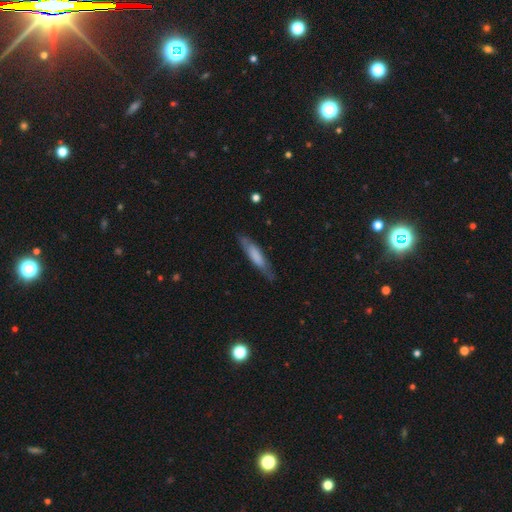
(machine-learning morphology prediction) The model was most divided on "smooth or featured": smooth: 64%, featured or disk: 31%, star or artifact: 6%. More confident: how rounded — cigar-shaped (80%); merging — none (74%).